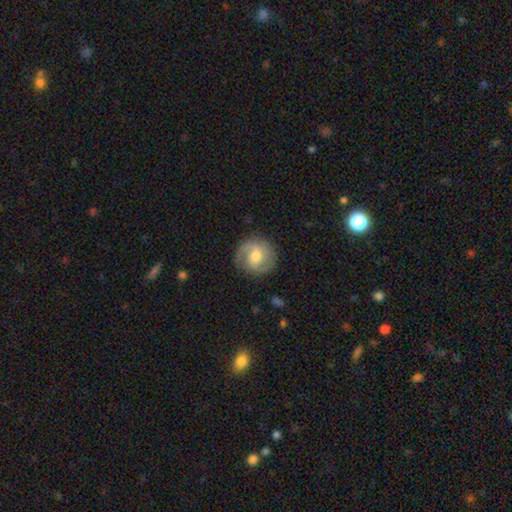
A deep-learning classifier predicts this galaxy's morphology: Smooth or featured? featured or disk (66%)
Edge-on disk? no (97%)
Bar? weak (47%)
Spiral arms? yes (90%)
Spiral winding? medium (46%)
Spiral arm count? 2 (74%)
Bulge size? moderate (69%)
Merging? none (81%)